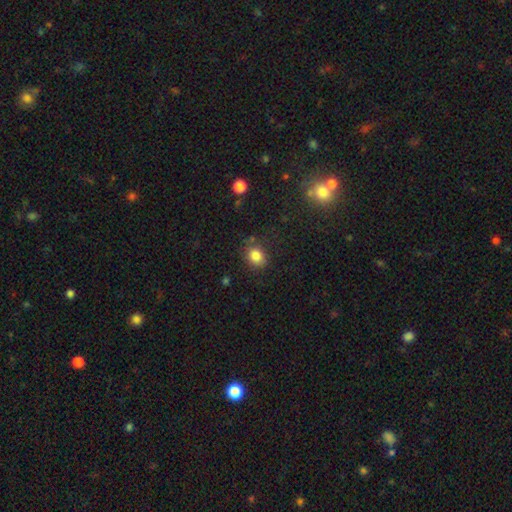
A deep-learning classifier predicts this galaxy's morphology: Smooth or featured: smooth — 83% (star or artifact — 11%)
How rounded: round — 59% (in between — 40%)
Merging: none — 78% (minor disturbance — 15%)